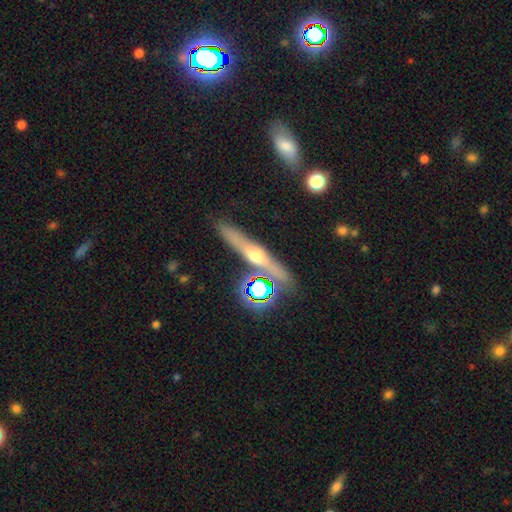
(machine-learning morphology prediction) Smooth or featured? featured or disk (57%)
Edge-on disk? yes (92%)
Edge-on bulge? rounded (91%)
Merging? none (86%)